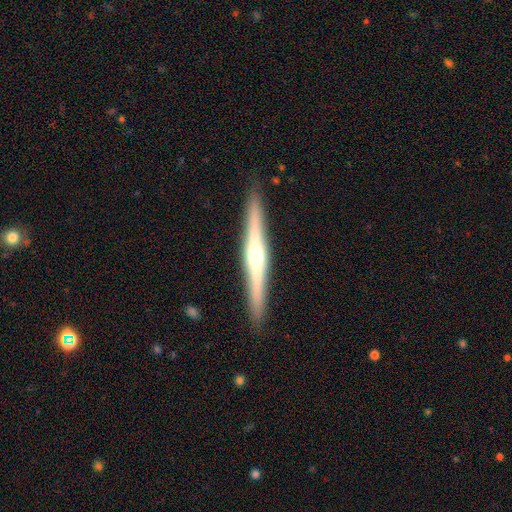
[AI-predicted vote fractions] The model was most divided on "smooth or featured": featured or disk: 75%, smooth: 19%, star or artifact: 5%. More confident: edge-on disk — yes (97%); merging — none (91%); edge-on bulge — rounded (85%).